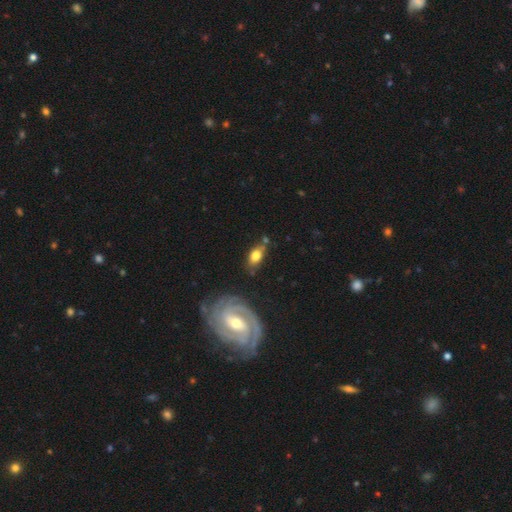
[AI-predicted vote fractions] The model was most divided on "merging": none: 63%, minor disturbance: 21%, merger: 9%, major disturbance: 7%. More confident: how rounded — in between (82%); smooth or featured — smooth (67%).